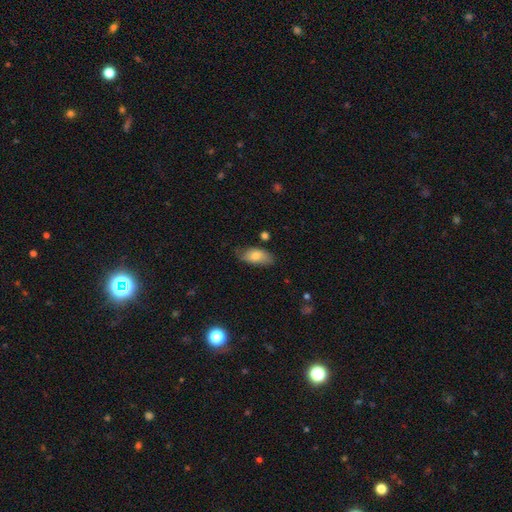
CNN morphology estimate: This is likely a smooth galaxy (76%). How rounded: clearly in between (91%). Merging: likely none (68%).